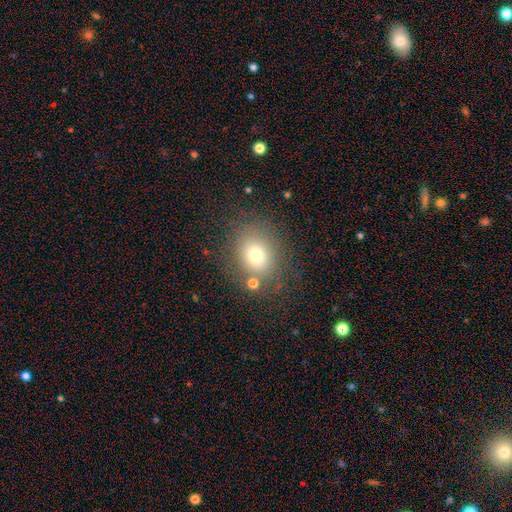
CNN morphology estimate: This is likely a smooth galaxy (72%). How rounded: likely round (63%). Merging: likely none (75%).